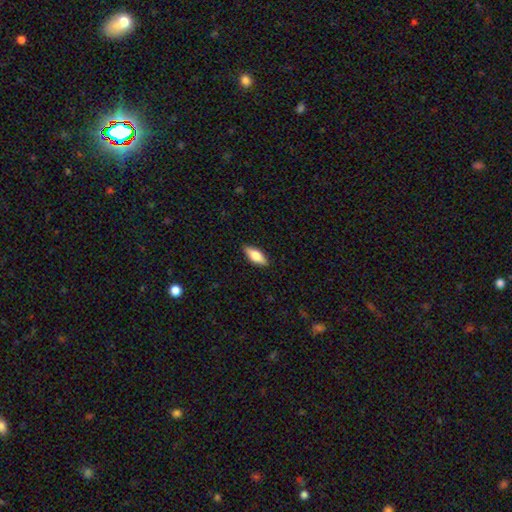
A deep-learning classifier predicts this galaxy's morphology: A smooth galaxy with no disk features (66%) that is in between round and cigar-shaped (72%).

Vote fractions:
- Smooth or featured? smooth: 66% / featured or disk: 28% / star or artifact: 6%
- How rounded? in between: 72% / cigar-shaped: 25% / round: 3%
- Merging? none: 88% / minor disturbance: 9% / major disturbance: 2% / merger: 1%